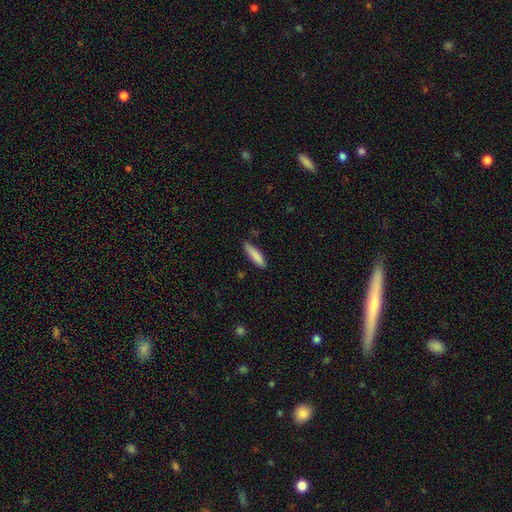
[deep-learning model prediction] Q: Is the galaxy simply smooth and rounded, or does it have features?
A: smooth — 86%.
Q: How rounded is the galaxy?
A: cigar-shaped — 69%.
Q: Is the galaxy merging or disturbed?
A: none — 74%.